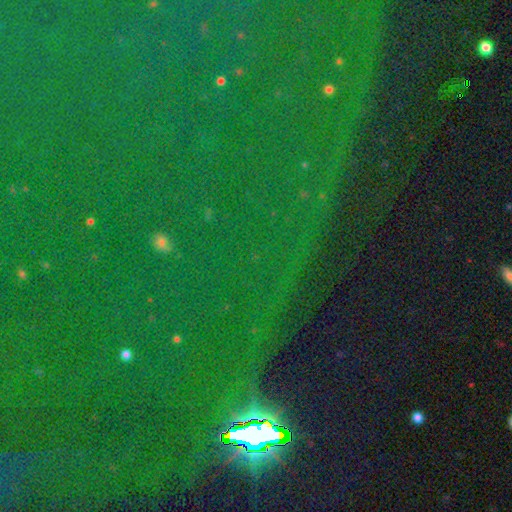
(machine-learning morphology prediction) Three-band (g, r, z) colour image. It shows a star or artifact, not a galaxy (87%).